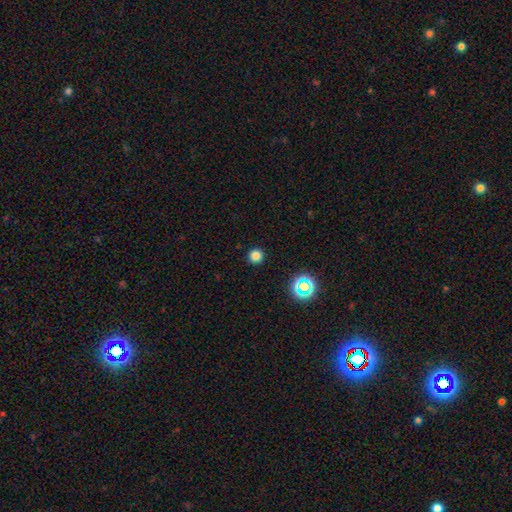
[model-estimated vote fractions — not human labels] smooth-or-featured: smooth: 79% | star or artifact: 17% | featured or disk: 4%
  how-rounded: round: 96% | in between: 4% | cigar-shaped: 1%
  merging: none: 92% | minor disturbance: 5% | major disturbance: 2% | merger: 1%